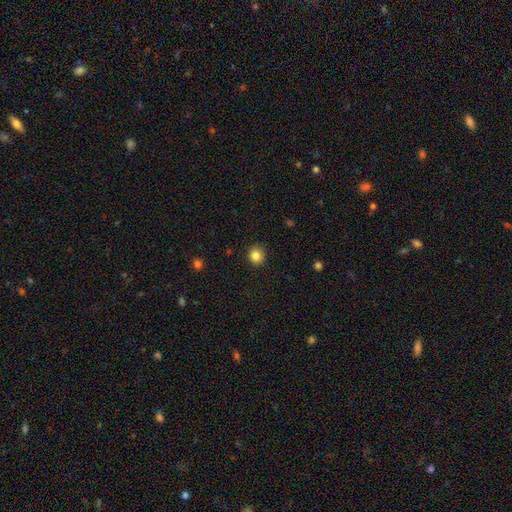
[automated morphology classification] type=smooth (84%); roundness=round (85%); merging=none (87%).